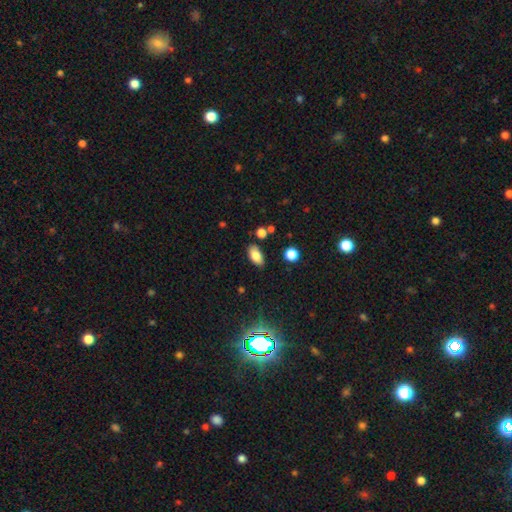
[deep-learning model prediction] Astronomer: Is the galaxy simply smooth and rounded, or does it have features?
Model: smooth — 81%.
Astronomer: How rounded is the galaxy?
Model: in between — 91%.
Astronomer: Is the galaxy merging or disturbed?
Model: none — 82%.